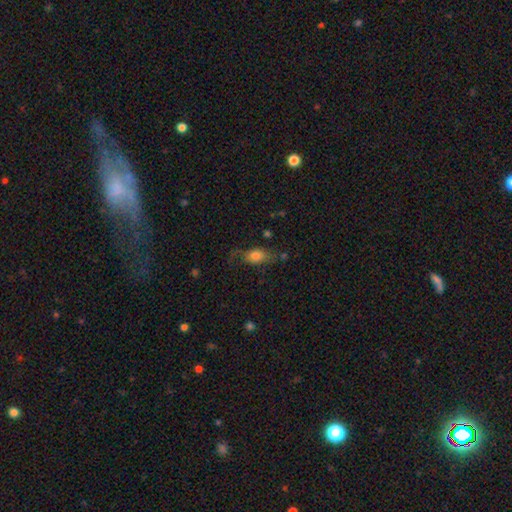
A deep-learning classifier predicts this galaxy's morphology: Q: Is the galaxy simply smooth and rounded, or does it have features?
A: smooth — 69%.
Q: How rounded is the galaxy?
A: in between — 79%.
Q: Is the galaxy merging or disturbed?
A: none — 52%.